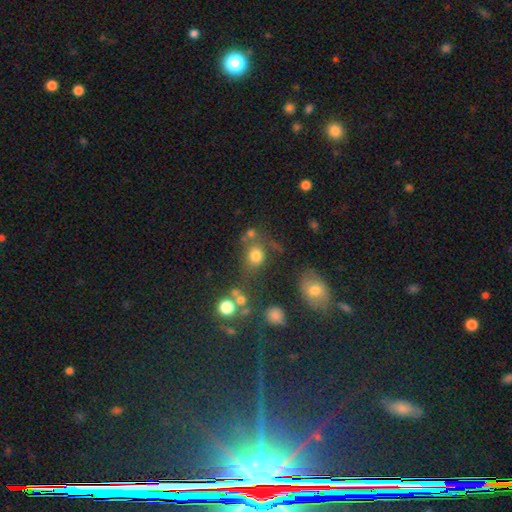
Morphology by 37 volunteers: Smooth or featured? smooth (84%)
How rounded? round (65%)
Merging? none (47%)